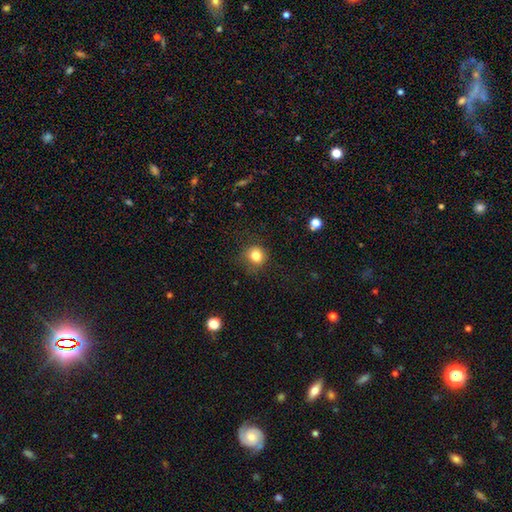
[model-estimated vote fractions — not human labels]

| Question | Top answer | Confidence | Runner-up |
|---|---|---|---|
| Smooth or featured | smooth | 82% | star or artifact (12%) |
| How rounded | round | 86% | in between (13%) |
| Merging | none | 79% | minor disturbance (14%) |